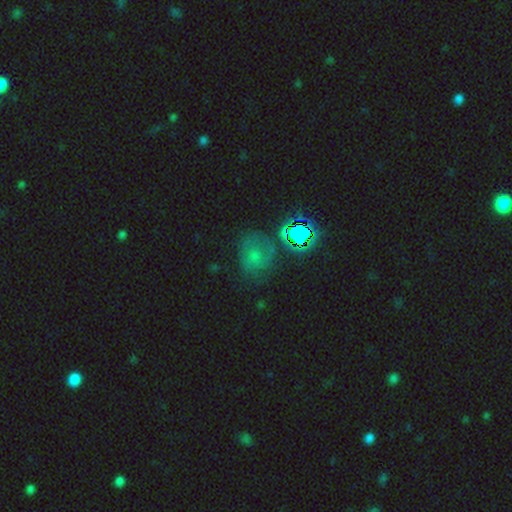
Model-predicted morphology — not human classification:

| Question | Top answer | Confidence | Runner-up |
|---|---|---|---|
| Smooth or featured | smooth | 46% | star or artifact (33%) |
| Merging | none | 60% | minor disturbance (22%) |